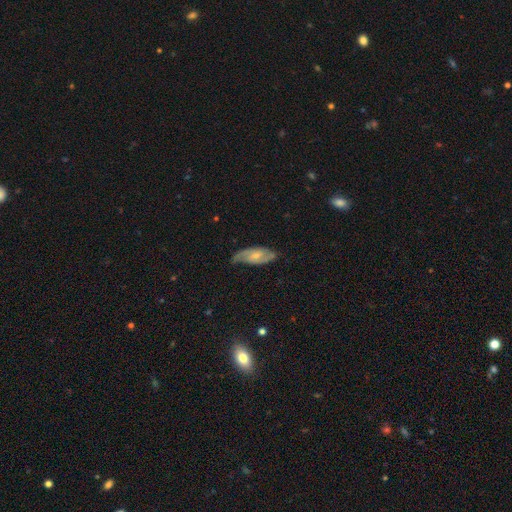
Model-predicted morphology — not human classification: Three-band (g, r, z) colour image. It shows a featured or disk galaxy (71%) with no bar (47%), 2 (83%) medium (47%) spiral arms (92%) and a small central bulge (56%). Merging: none (70%).